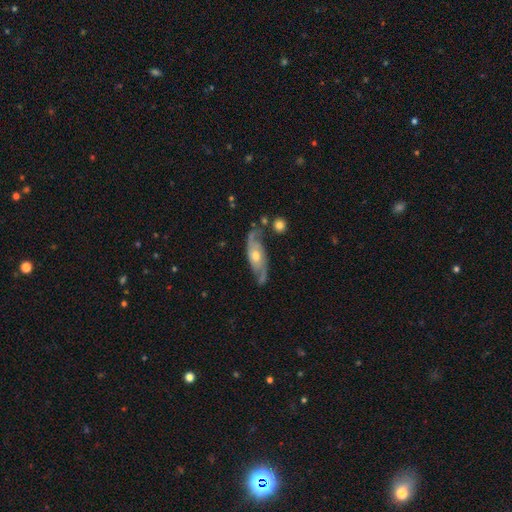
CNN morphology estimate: Smooth or featured?
  - featured or disk: 82% *
  - smooth: 12%
  - star or artifact: 6%
Edge-on disk?
  - no: 85% *
  - yes: 15%
Bar?
  - no: 69% *
  - weak: 24%
  - strong: 7%
Spiral arms?
  - yes: 94% *
  - no: 6%
Spiral winding?
  - medium: 45% *
  - loose: 29%
  - tight: 26%
Spiral arm count?
  - 2: 84% *
  - can't tell: 8%
  - 3: 3%
  - 1: 2%
  - 4: 1%
  - more than 4: 1%
Bulge size?
  - moderate: 65% *
  - small: 28%
  - large: 5%
  - none: 1%
  - dominant: 1%
Merging?
  - none: 73% *
  - minor disturbance: 17%
  - major disturbance: 6%
  - merger: 4%